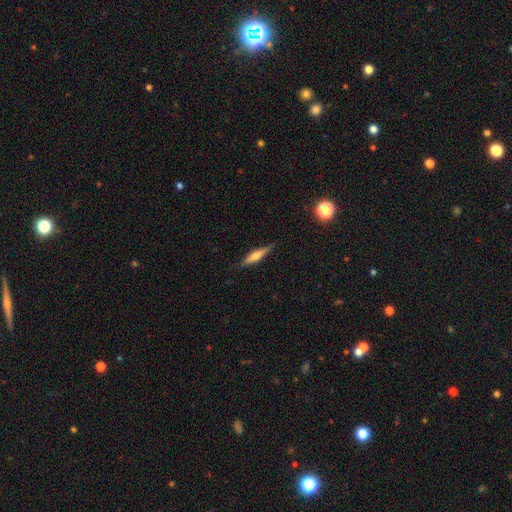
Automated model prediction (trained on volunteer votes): Morphology: type=featured or disk (51%); edge-on=yes (95%); merging=none (85%).